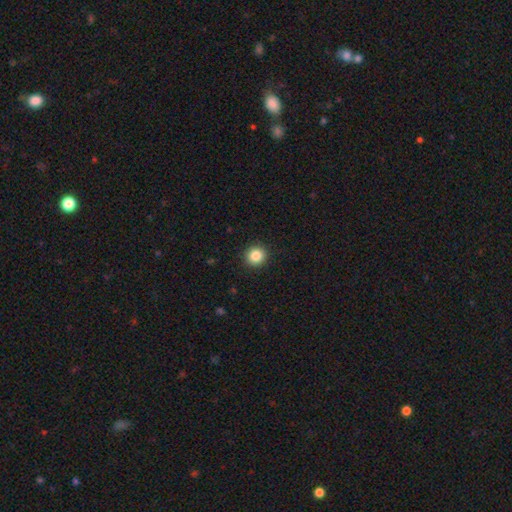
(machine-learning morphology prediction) Smooth or featured? Predicted: smooth (p=0.86). How rounded? Predicted: round (p=0.93). Merging? Predicted: none (p=0.92).